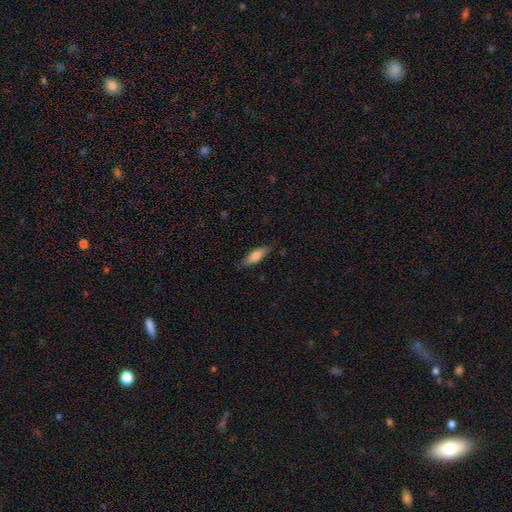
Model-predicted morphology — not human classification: This appears to be a smooth galaxy with no disk features (72%) that is cigar-shaped (56%). Merging: none (81%).